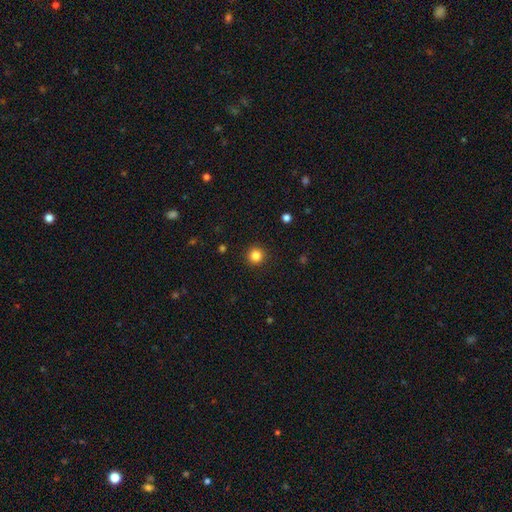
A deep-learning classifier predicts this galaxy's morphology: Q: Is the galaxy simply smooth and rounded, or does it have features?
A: smooth — 85%.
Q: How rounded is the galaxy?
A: round — 96%.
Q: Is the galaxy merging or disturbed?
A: none — 92%.